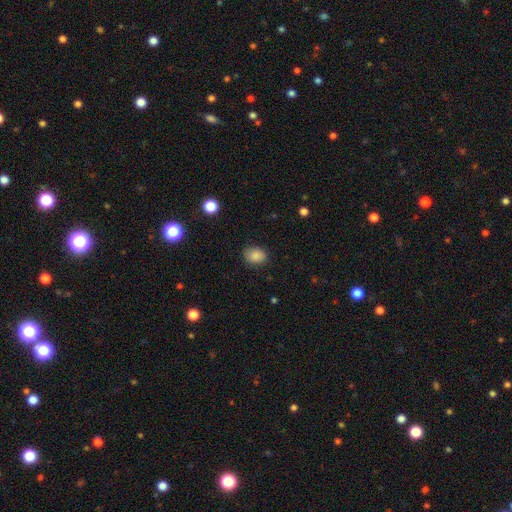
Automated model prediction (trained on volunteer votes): Q: Smooth or featured?
A: smooth (86%); runner-up: star or artifact (9%)
Q: How rounded?
A: in between (67%); runner-up: round (32%)
Q: Merging?
A: none (83%); runner-up: minor disturbance (13%)